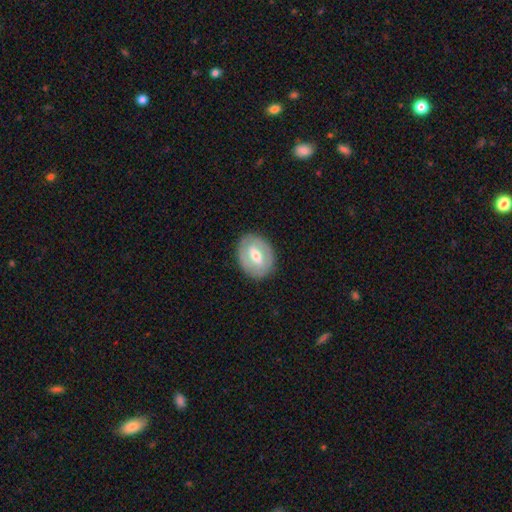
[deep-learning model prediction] featured or disk 56%, smooth 38%, star or artifact 6%. Down the decision tree: edge-on disk — no (93%); bar — weak (43%); spiral arms — no (67%); bulge size — moderate (66%); merging — none (85%).